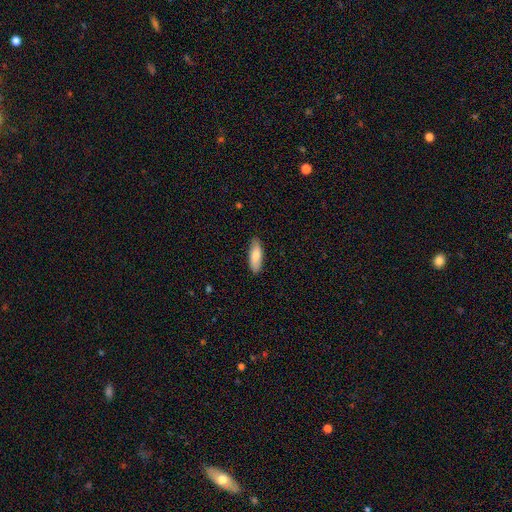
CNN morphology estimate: Smooth or featured: smooth — 80% (featured or disk — 15%)
How rounded: in between — 65% (cigar-shaped — 34%)
Merging: none — 86% (minor disturbance — 11%)